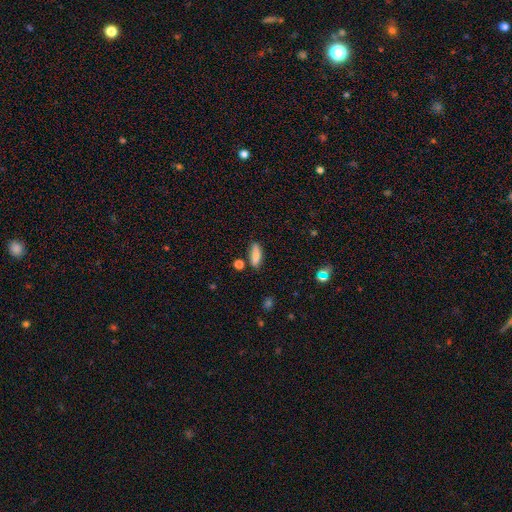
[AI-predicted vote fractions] Smooth or featured: smooth — 84% (featured or disk — 9%)
How rounded: in between — 59% (cigar-shaped — 39%)
Merging: none — 76% (minor disturbance — 15%)